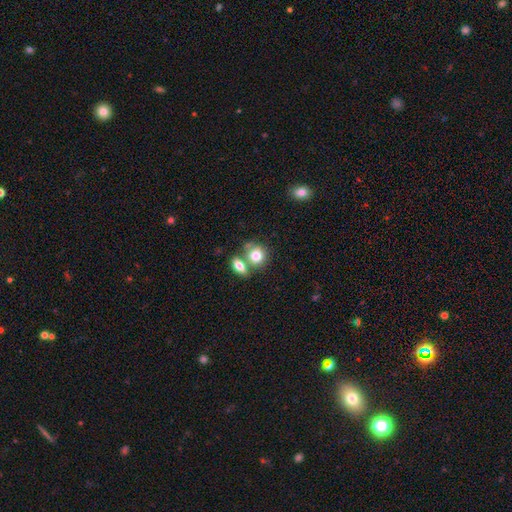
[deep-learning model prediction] smooth-or-featured: smooth: 79% | featured or disk: 13% | star or artifact: 8%
  how-rounded: round: 58% | in between: 40% | cigar-shaped: 2%
  merging: merger: 43% (tied) | none: 43% (tied) | minor disturbance: 10% | major disturbance: 4%